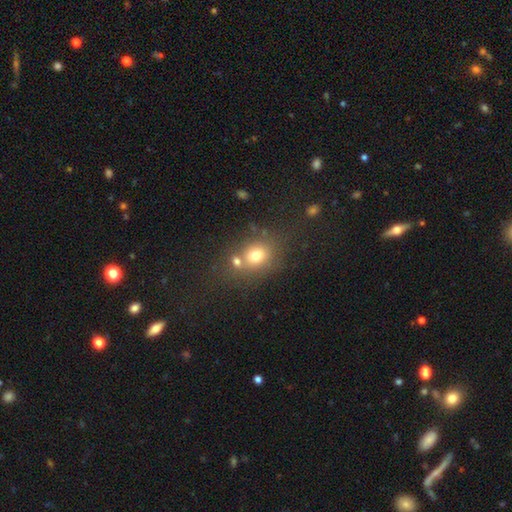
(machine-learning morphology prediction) Smooth or featured?
  - smooth: 72% *
  - star or artifact: 14%
  - featured or disk: 13%
How rounded?
  - round: 59% *
  - in between: 40%
  - cigar-shaped: 1%
Merging?
  - none: 52% *
  - merger: 31%
  - minor disturbance: 12%
  - major disturbance: 6%